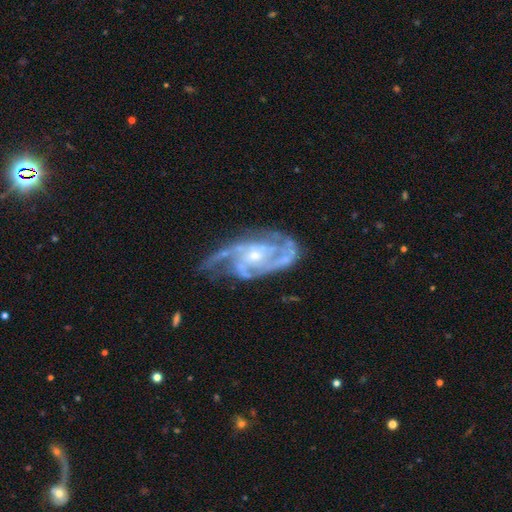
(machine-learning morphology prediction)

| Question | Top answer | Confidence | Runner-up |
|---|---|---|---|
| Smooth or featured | featured or disk | 91% | star or artifact (5%) |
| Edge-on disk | no | 96% | yes (4%) |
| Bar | no | 57% | weak (33%) |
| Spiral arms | yes | 97% | no (3%) |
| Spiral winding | medium | 47% | tight (41%) |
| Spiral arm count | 2 | 37% | 3 (30%) |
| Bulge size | small | 56% | moderate (39%) |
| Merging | none | 59% | minor disturbance (24%) |